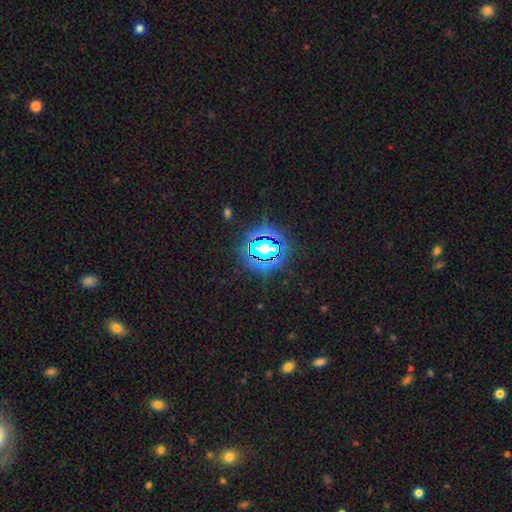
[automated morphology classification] Overall: star or artifact (82%).